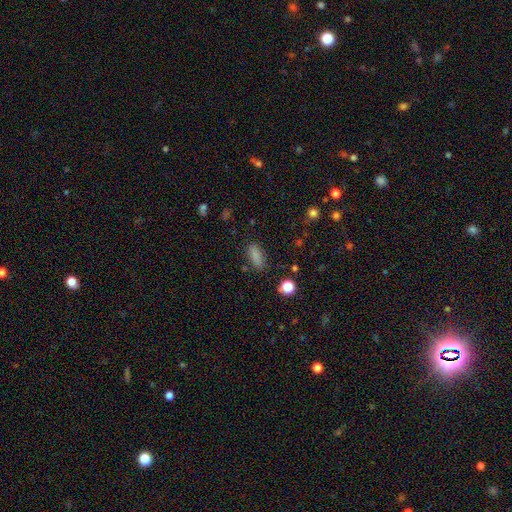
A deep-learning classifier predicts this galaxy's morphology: Overall: smooth (84%). How rounded: in between (77%). Merging: none (82%).